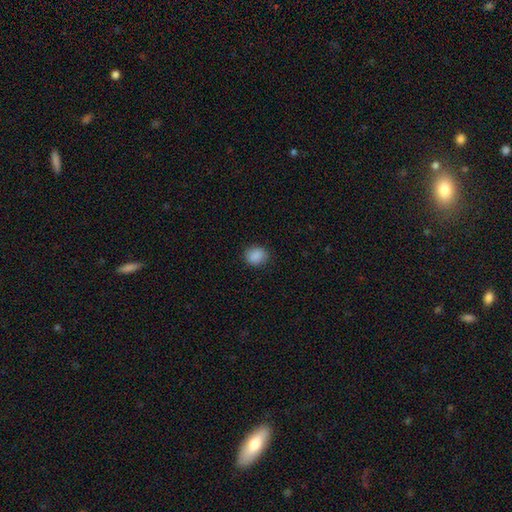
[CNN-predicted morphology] A smooth galaxy with no disk features (88%) that is round (67%).

Vote fractions:
- Smooth or featured? smooth: 88% / star or artifact: 9% / featured or disk: 3%
- How rounded? round: 67% / in between: 32% / cigar-shaped: 1%
- Merging? none: 87% / minor disturbance: 10% / major disturbance: 3% / merger: 1%